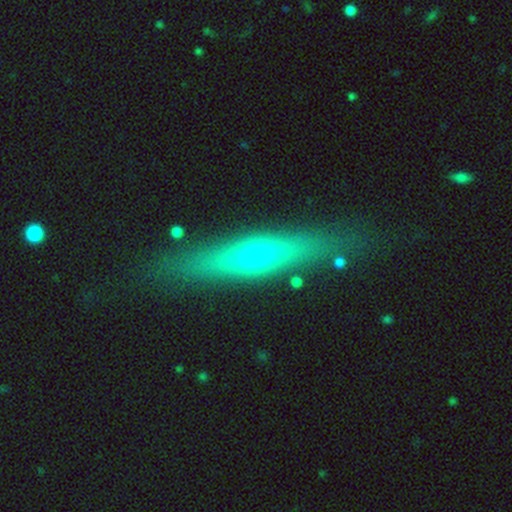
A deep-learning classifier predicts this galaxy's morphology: smooth_or_featured: smooth (p=0.46) [alt: featured or disk p=0.44]
merging: none (p=0.79) [alt: minor disturbance p=0.12]